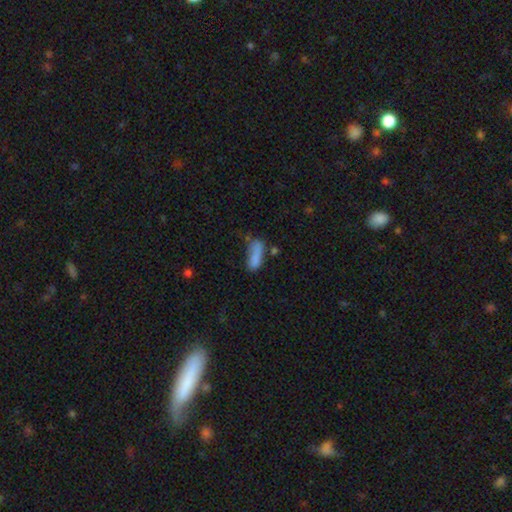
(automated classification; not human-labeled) Morphology: type=smooth (79%); roundness=in between (56%); merging=none (43%).